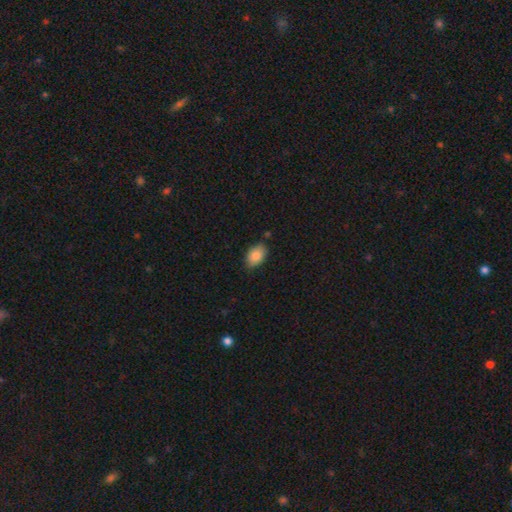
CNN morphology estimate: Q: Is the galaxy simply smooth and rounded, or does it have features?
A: smooth — 87%.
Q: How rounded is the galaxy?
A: in between — 88%.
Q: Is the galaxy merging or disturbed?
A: none — 77%.